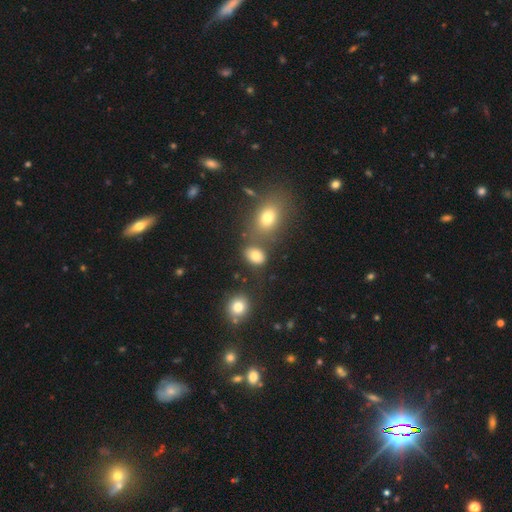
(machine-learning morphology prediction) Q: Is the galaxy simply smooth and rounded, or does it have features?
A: smooth — 78%.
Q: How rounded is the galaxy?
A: in between — 67%.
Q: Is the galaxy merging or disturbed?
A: none — 67%.